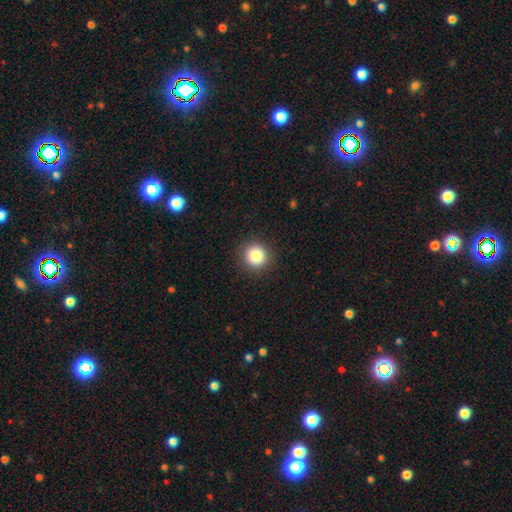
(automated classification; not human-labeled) smooth-or-featured: smooth: 84% | star or artifact: 10% | featured or disk: 5%
  how-rounded: round: 93% | in between: 6% | cigar-shaped: 1%
  merging: none: 91% | minor disturbance: 6% | major disturbance: 2% | merger: 1%